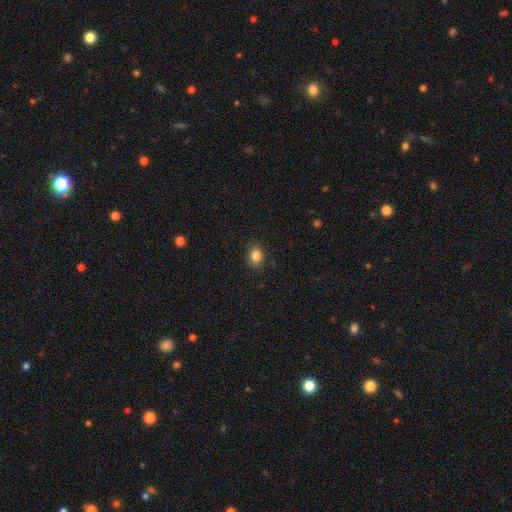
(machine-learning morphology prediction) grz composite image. It shows a smooth galaxy with no disk features (84%) that is round (52%). Merging: none (88%).